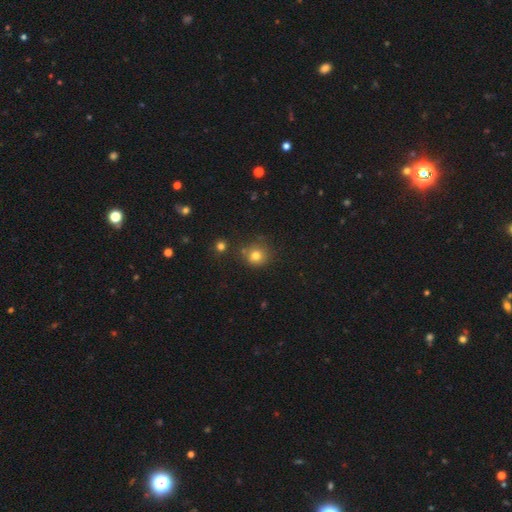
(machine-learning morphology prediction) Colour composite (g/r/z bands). It shows a smooth galaxy with no disk features (79%) that is round (89%). Merging: none (77%).